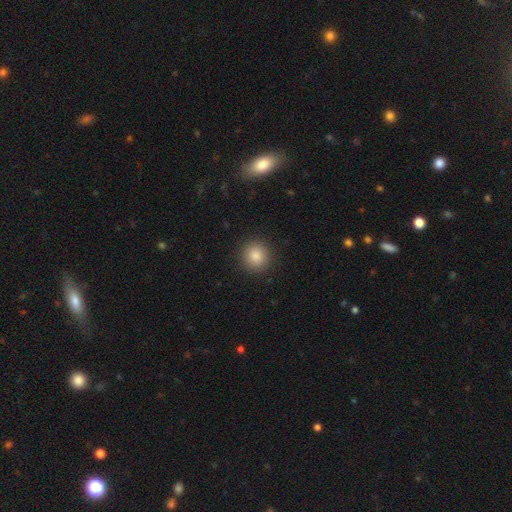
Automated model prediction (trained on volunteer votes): The model was most divided on "smooth or featured": smooth: 85%, star or artifact: 10%, featured or disk: 5%. More confident: how rounded — round (92%); merging — none (91%).